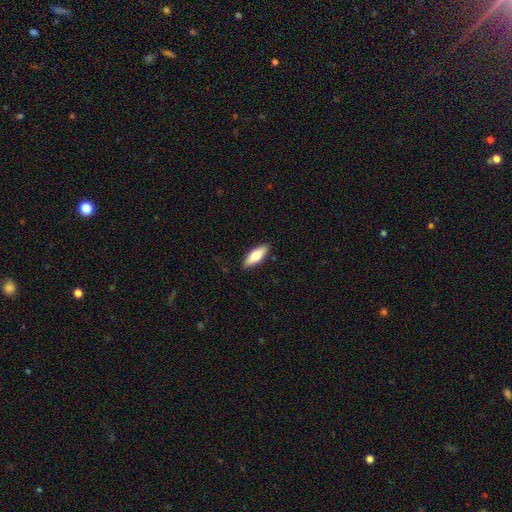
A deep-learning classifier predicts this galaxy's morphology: A smooth galaxy with no disk features (68%) that is in between round and cigar-shaped (66%). Merging: none (89%).